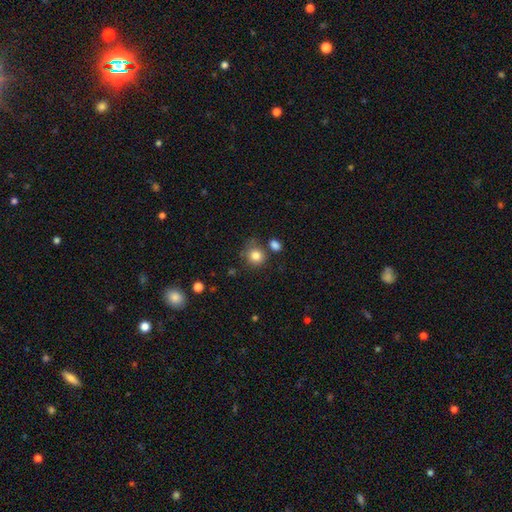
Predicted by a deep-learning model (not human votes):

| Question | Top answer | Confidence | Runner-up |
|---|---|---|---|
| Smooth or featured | smooth | 83% | star or artifact (10%) |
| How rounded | round | 84% | in between (15%) |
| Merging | none | 68% | minor disturbance (16%) |